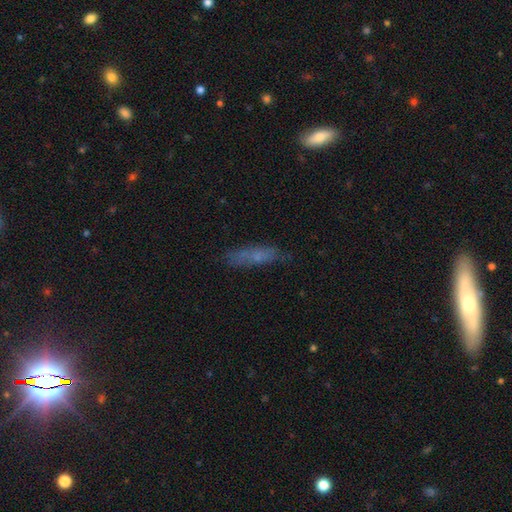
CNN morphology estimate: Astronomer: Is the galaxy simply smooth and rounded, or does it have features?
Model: smooth — 60%.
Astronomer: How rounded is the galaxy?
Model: cigar-shaped — 70%.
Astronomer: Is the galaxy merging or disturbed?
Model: none — 71%.